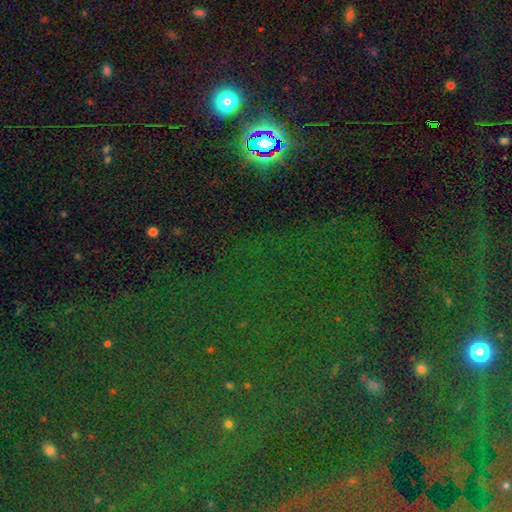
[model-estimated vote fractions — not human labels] A star or artifact, not a galaxy (80%).